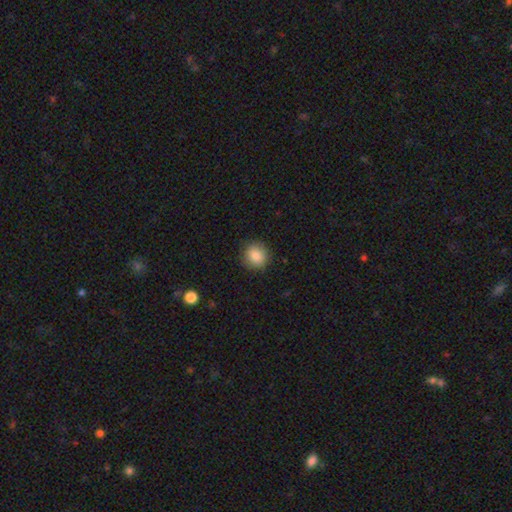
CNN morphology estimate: Smooth or featured?
  - smooth: 84% *
  - star or artifact: 9%
  - featured or disk: 7%
How rounded?
  - round: 88% *
  - in between: 11%
  - cigar-shaped: 1%
Merging?
  - none: 89% *
  - minor disturbance: 8%
  - major disturbance: 2%
  - merger: 1%